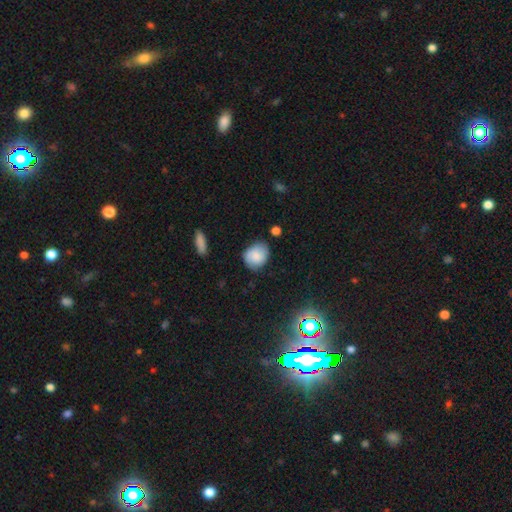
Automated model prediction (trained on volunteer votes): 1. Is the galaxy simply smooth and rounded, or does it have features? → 79% smooth, 13% featured or disk, 8% star or artifact.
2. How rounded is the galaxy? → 60% round, 39% in between, 1% cigar-shaped.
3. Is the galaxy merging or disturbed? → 70% none, 23% minor disturbance, 4% major disturbance, 2% merger.